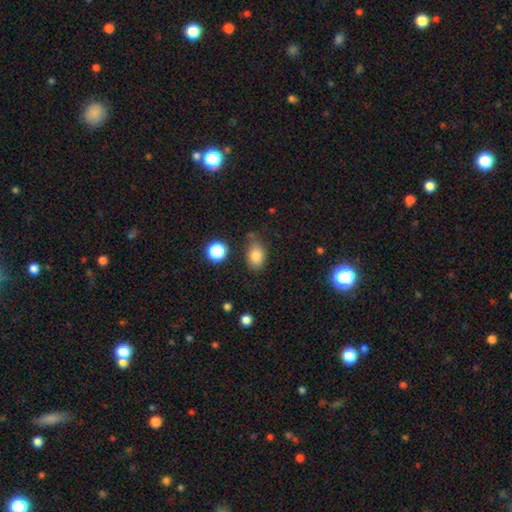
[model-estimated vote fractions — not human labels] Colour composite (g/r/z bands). It shows a smooth galaxy with no disk features (82%) that is in between round and cigar-shaped (80%). Merging: none (69%).